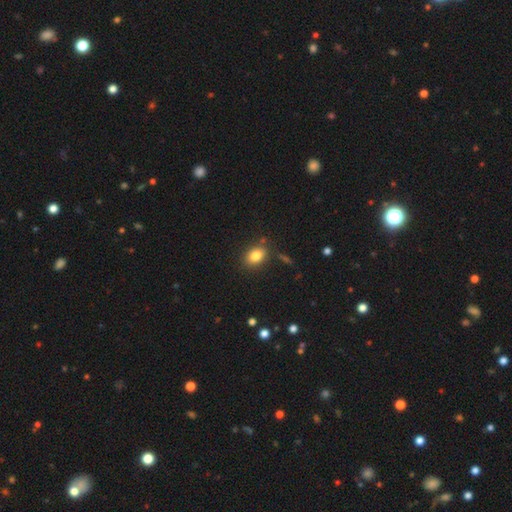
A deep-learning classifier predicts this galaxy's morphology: smooth_or_featured: smooth (p=0.83) [alt: star or artifact p=0.10]
how_rounded: in between (p=0.71) [alt: round p=0.28]
merging: none (p=0.83) [alt: minor disturbance p=0.11]